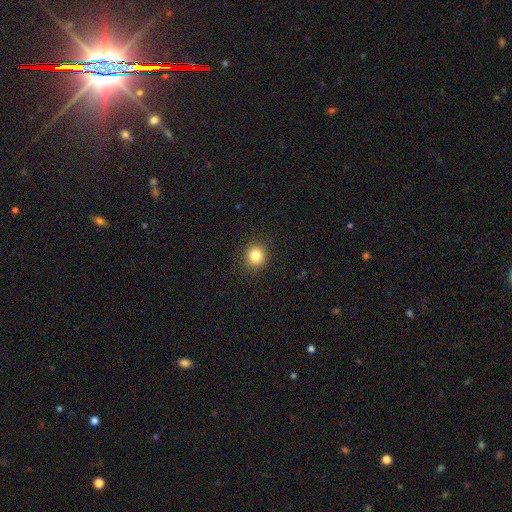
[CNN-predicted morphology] Q: Smooth or featured?
A: smooth (84%); runner-up: star or artifact (11%)
Q: How rounded?
A: round (86%); runner-up: in between (13%)
Q: Merging?
A: none (90%); runner-up: minor disturbance (7%)